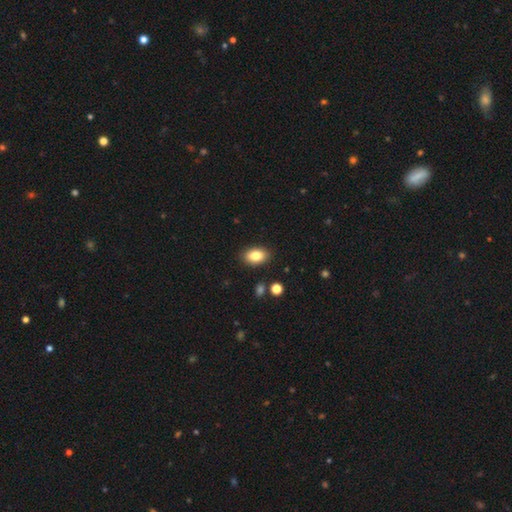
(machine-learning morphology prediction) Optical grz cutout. It shows a smooth galaxy with no disk features (82%) that is in between round and cigar-shaped (87%). Merging: none (88%).